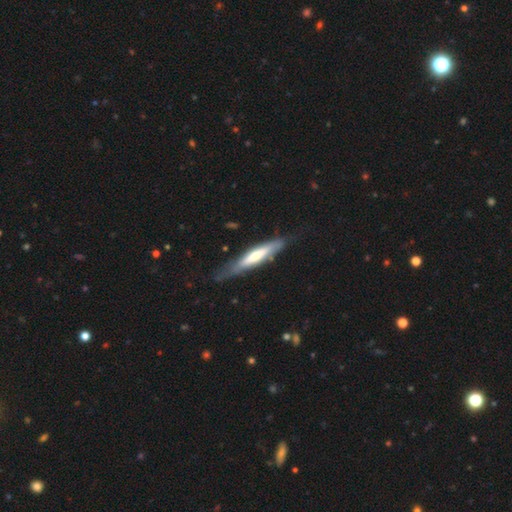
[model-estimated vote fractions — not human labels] Smooth or featured: featured or disk — 54% (smooth — 41%)
Edge-on disk: yes — 80% (no — 20%)
Merging: none — 67% (minor disturbance — 23%)